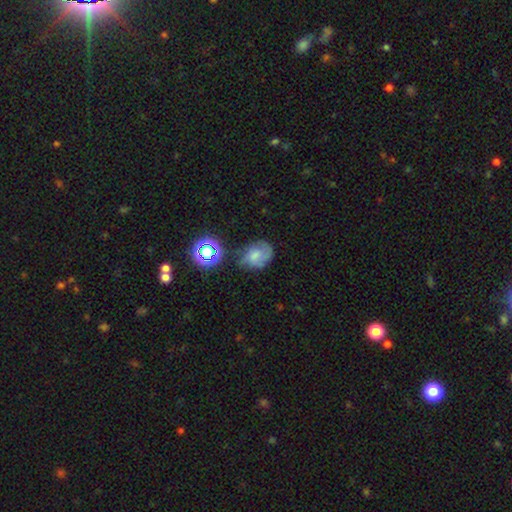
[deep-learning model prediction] This appears to be a smooth galaxy with no disk features (42%, tied with featured or disk). Merging: none (50%).